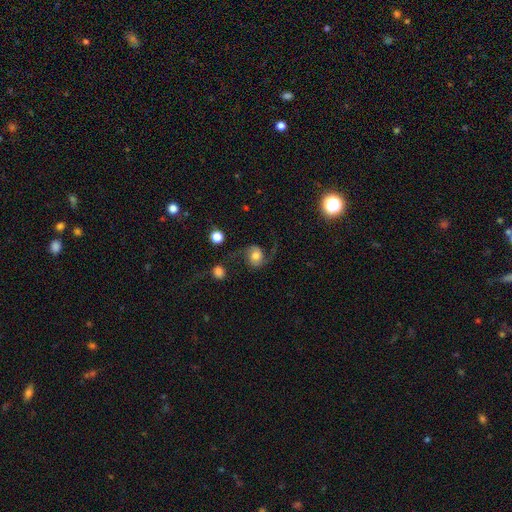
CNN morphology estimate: A featured or disk galaxy (67%) with no bar (70%), 2 (89%) loose (66%) spiral arms (94%) and a moderate central bulge (55%). Merging: none (61%).